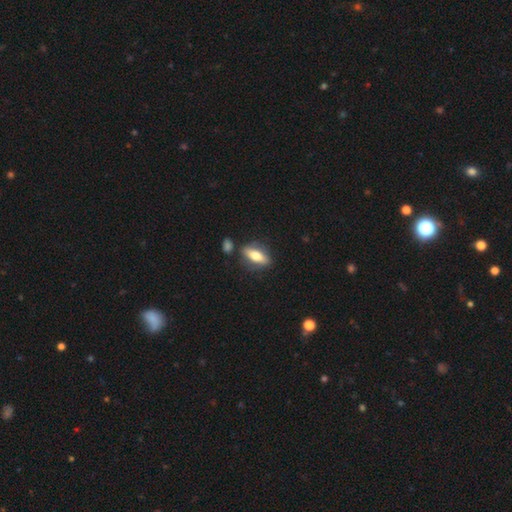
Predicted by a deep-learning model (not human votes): Q: Smooth or featured?
A: smooth (61%); runner-up: featured or disk (32%)
Q: How rounded?
A: in between (67%); runner-up: cigar-shaped (29%)
Q: Merging?
A: none (76%); runner-up: minor disturbance (13%)